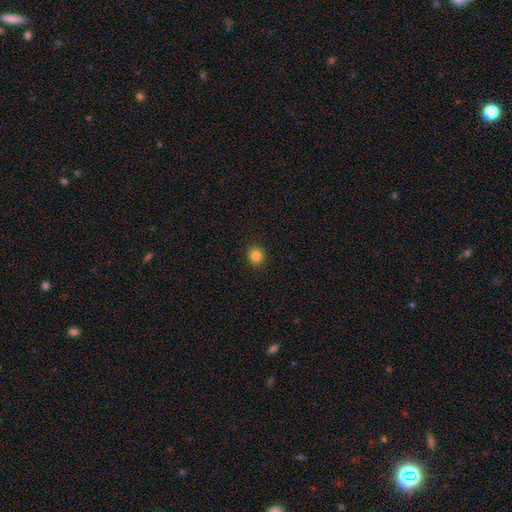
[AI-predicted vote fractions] A smooth galaxy with no disk features (84%) that is round (87%).

Vote fractions:
- Smooth or featured? smooth: 84% / star or artifact: 11% / featured or disk: 5%
- How rounded? round: 87% / in between: 12% / cigar-shaped: 1%
- Merging? none: 92% / minor disturbance: 6% / major disturbance: 2% / merger: 1%